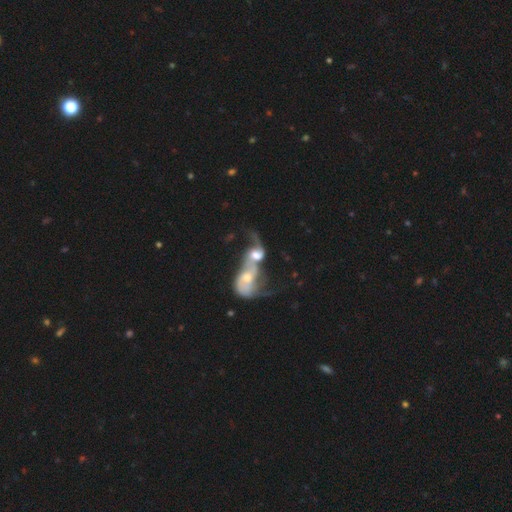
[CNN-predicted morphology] A featured or disk galaxy (61%) with no bar (67%), spiral arms (68%) and a moderate central bulge (52%).

Vote fractions:
- Smooth or featured? featured or disk: 61% / smooth: 31% / star or artifact: 9%
- Edge-on disk? no: 95% / yes: 5%
- Bar? no: 67% / weak: 25% / strong: 8%
- Spiral arms? yes: 68% / no: 32%
- Bulge size? moderate: 52% / small: 22% / large: 16% / none: 7% / dominant: 3%
- Merging? merger: 85% / major disturbance: 7% / none: 5% / minor disturbance: 3%